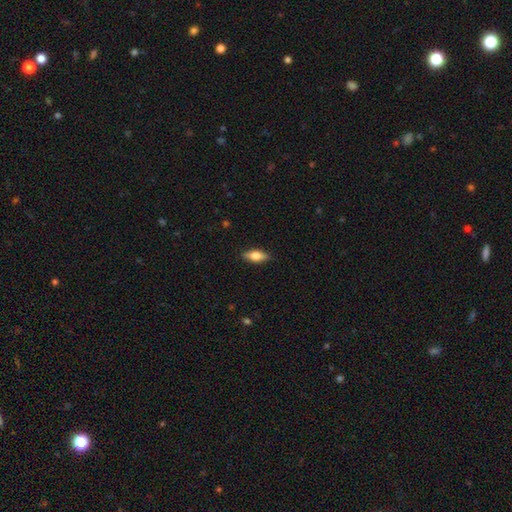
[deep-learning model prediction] This appears to be a smooth galaxy with no disk features (71%) that is in between round and cigar-shaped (78%). Merging: none (87%).